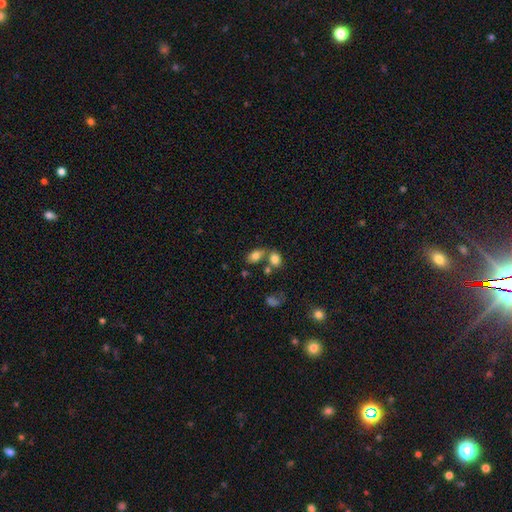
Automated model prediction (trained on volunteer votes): Overall: smooth (79%). How rounded: in between (86%). Merging: none (51%; merger 32%).